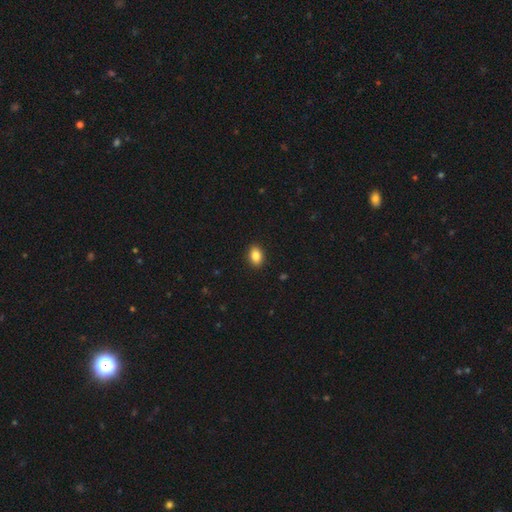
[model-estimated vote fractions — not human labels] smooth-or-featured: smooth: 86% | star or artifact: 9% | featured or disk: 5%
  how-rounded: in between: 80% | round: 19% | cigar-shaped: 1%
  merging: none: 91% | minor disturbance: 7% | major disturbance: 2% | merger: 1%